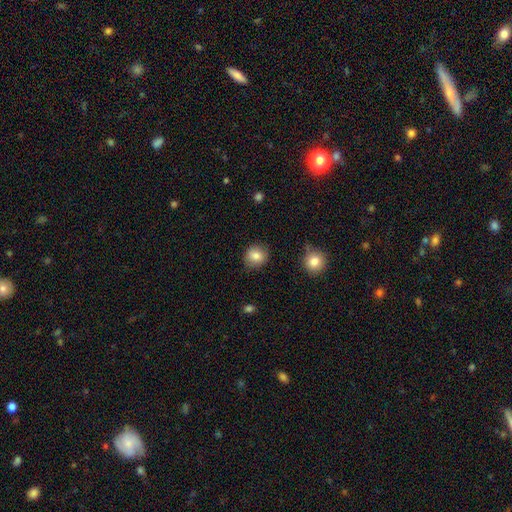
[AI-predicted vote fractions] This is clearly a smooth galaxy (83%). How rounded: clearly round (82%). Merging: clearly none (84%).